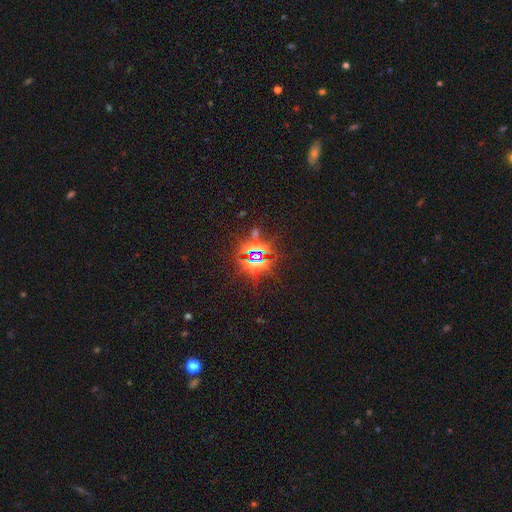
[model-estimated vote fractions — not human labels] star or artifact 81%, smooth 10%, featured or disk 9%.